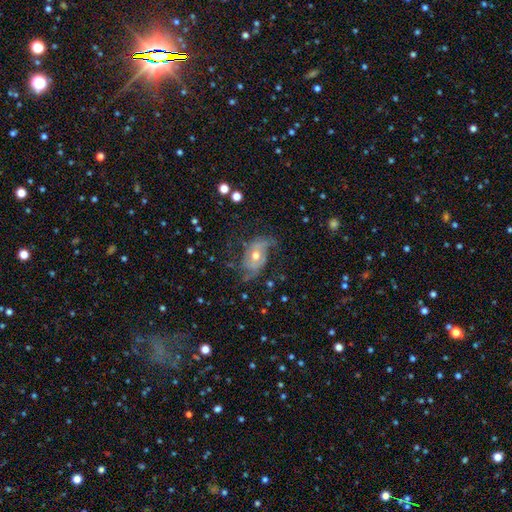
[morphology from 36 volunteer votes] This appears to be a featured or disk galaxy (78%) with no bar (58%), 2 (88%) loose (47%) spiral arms (71%) and a moderate central bulge (71%). Merging: none (54%).